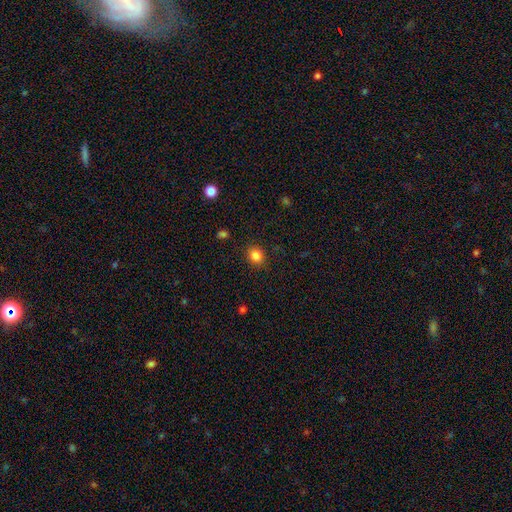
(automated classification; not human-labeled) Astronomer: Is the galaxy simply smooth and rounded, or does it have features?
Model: smooth — 84%.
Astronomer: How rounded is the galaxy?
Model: round — 74%.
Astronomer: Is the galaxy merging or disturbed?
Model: none — 88%.